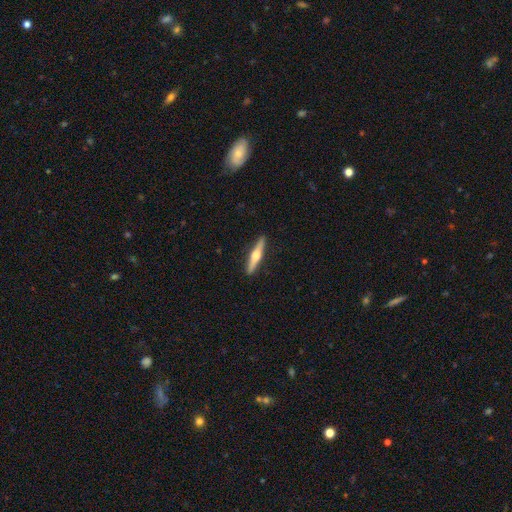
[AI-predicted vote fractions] featured or disk 62%, smooth 33%, star or artifact 5%. Down the decision tree: edge-on disk — yes (97%); edge-on bulge — rounded (94%); merging — none (91%).